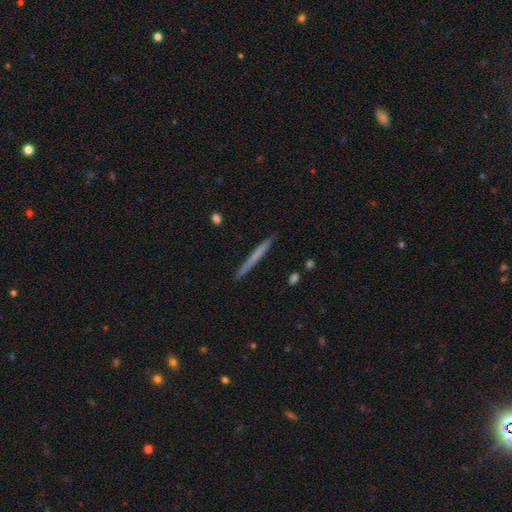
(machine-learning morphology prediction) A smooth galaxy with no disk features (56%) that is cigar-shaped (97%). Merging: none (92%).